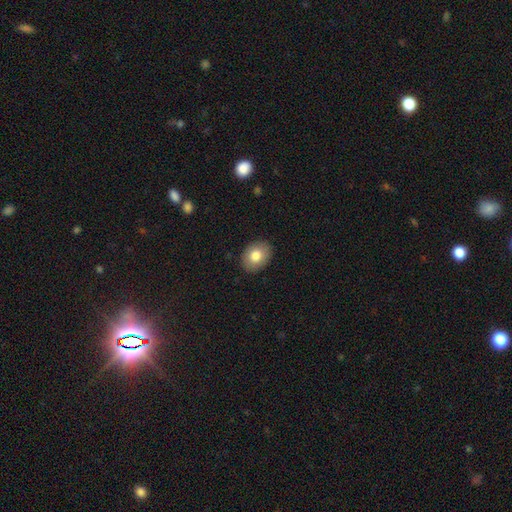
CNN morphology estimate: Overall: smooth (79%). How rounded: in between (69%; round 30%). Merging: none (89%).